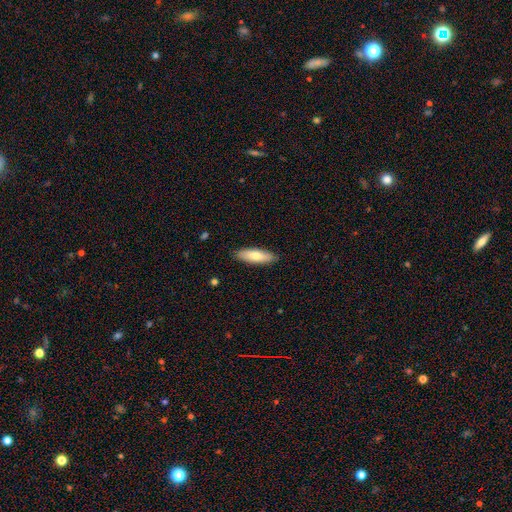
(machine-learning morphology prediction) smooth 72%, featured or disk 23%, star or artifact 6%. Down the decision tree: how rounded — cigar-shaped (51%); merging — none (88%).